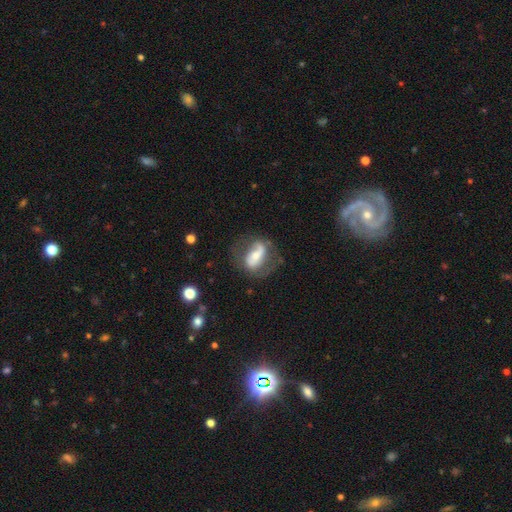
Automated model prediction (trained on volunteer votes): Overall: featured or disk (63%; smooth 30%). Edge-on disk: no (92%). Bar: strong (40%; no 31%). Spiral arms: yes (72%). Bulge size: moderate (48%; small 40%). Merging: none (54%; minor disturbance 23%).